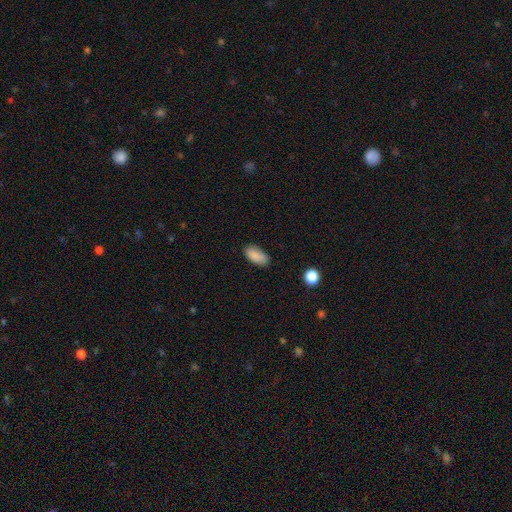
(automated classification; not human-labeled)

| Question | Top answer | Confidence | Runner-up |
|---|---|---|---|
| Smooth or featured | smooth | 87% | star or artifact (8%) |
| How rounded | in between | 92% | cigar-shaped (5%) |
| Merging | none | 80% | minor disturbance (15%) |